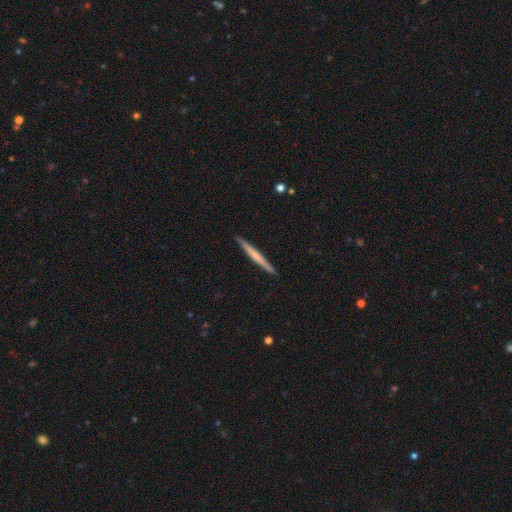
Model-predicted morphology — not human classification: featured or disk 48%, smooth 47%, star or artifact 5%. Down the decision tree: merging — none (92%).